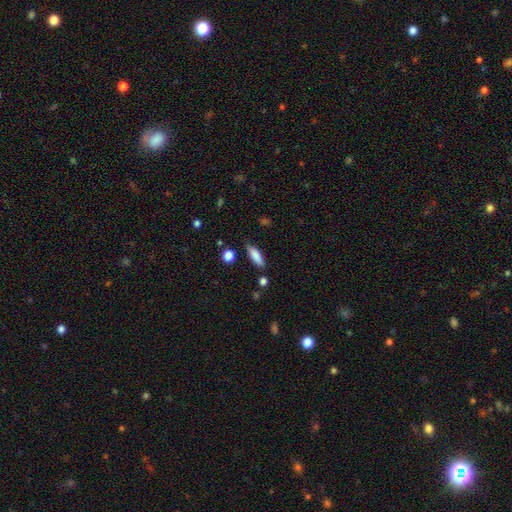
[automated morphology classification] The model was most divided on "how rounded": cigar-shaped: 52%, in between: 46%, round: 2%. More confident: smooth or featured — smooth (84%); merging — none (81%).